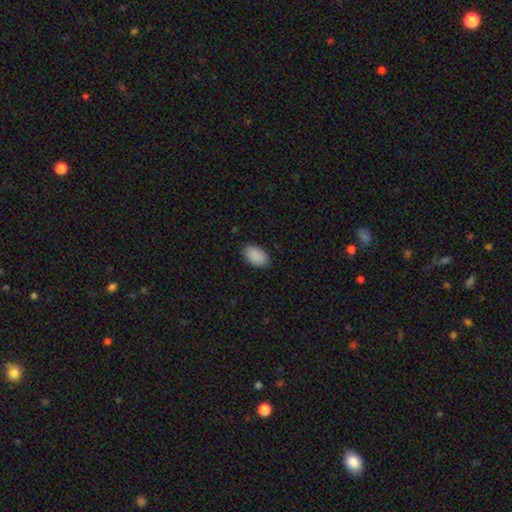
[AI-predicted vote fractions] Smooth or featured? smooth (91%)
How rounded? in between (94%)
Merging? none (87%)